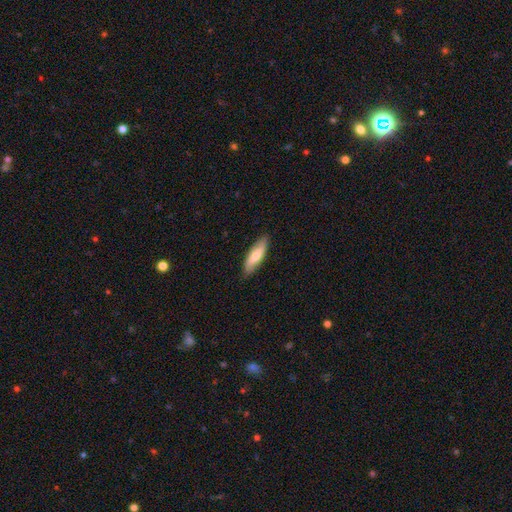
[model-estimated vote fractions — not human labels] Smooth or featured?
  - smooth: 68% *
  - featured or disk: 27%
  - star or artifact: 5%
How rounded?
  - cigar-shaped: 54% *
  - in between: 44%
  - round: 2%
Merging?
  - none: 85% *
  - minor disturbance: 12%
  - major disturbance: 2%
  - merger: 1%